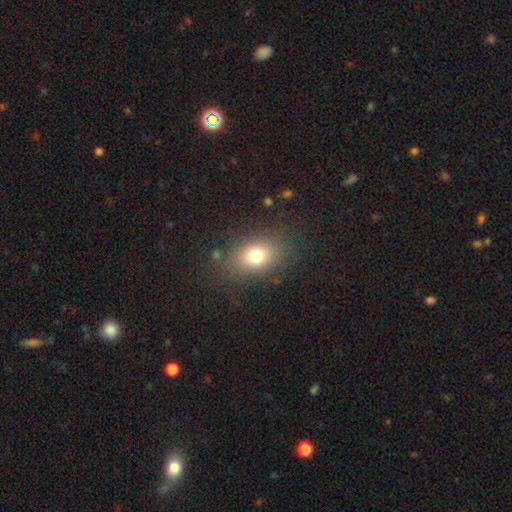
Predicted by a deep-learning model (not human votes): Q: Smooth or featured?
A: smooth (74%); runner-up: star or artifact (13%)
Q: How rounded?
A: in between (66%); runner-up: round (32%)
Q: Merging?
A: none (81%); runner-up: minor disturbance (11%)